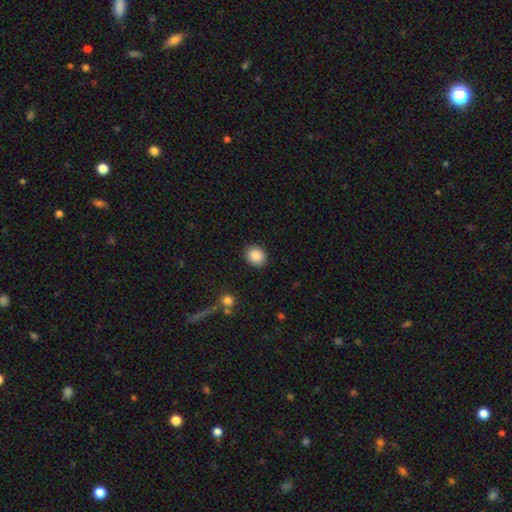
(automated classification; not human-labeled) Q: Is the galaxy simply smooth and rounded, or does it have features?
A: smooth — 88%.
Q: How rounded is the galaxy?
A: round — 68%.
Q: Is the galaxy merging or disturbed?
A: none — 89%.